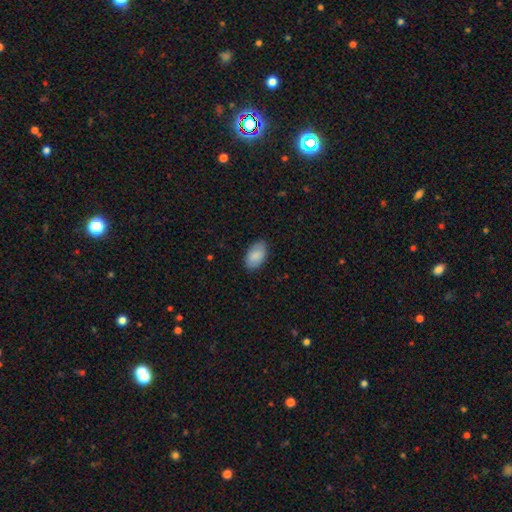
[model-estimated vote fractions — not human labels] Overall: smooth (88%). How rounded: in between (94%). Merging: none (83%).